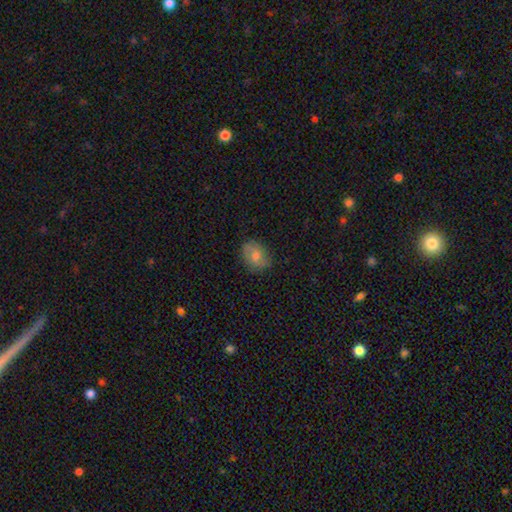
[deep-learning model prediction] smooth 70%, featured or disk 21%, star or artifact 10%. Down the decision tree: how rounded — in between (57%); merging — none (79%).